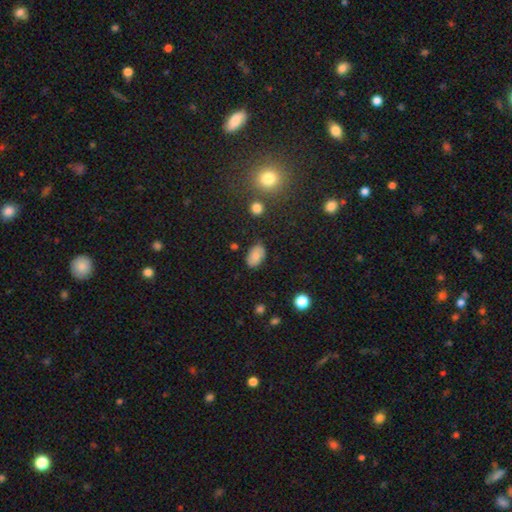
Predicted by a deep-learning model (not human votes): smooth_or_featured: smooth (p=0.80) [alt: featured or disk p=0.11]
how_rounded: in between (p=0.91) [alt: round p=0.08]
merging: none (p=0.81) [alt: minor disturbance p=0.14]